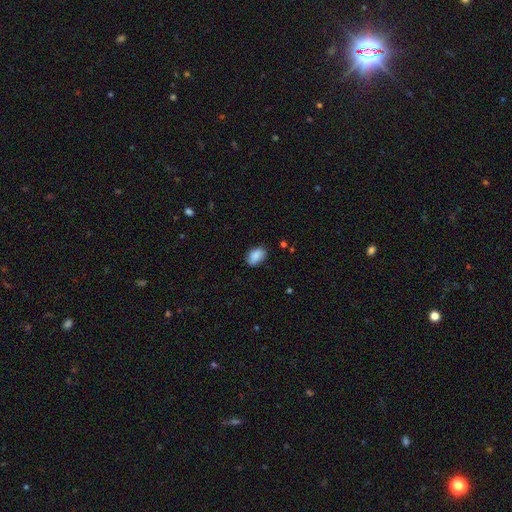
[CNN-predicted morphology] Smooth or featured: smooth — 86% (star or artifact — 7%)
How rounded: in between — 88% (round — 11%)
Merging: none — 76% (minor disturbance — 19%)